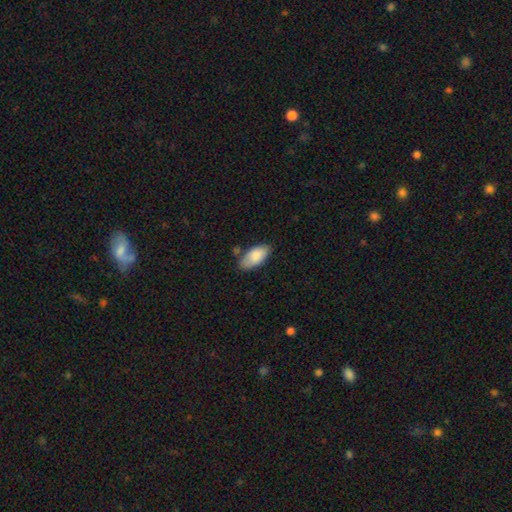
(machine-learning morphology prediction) smooth-or-featured: smooth: 85% | featured or disk: 9% | star or artifact: 6%
  how-rounded: in between: 93% | cigar-shaped: 5% | round: 2%
  merging: none: 69% | minor disturbance: 21% | merger: 6% | major disturbance: 4%